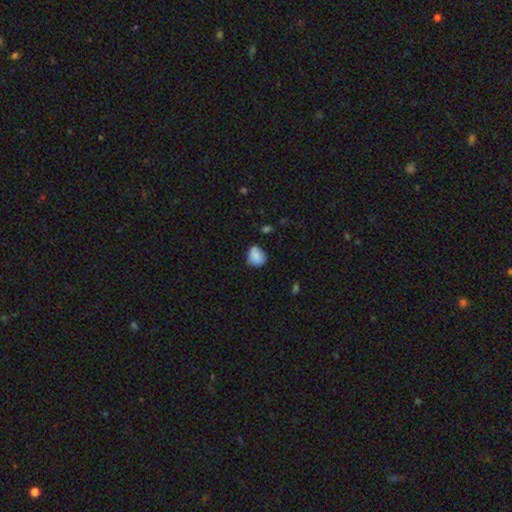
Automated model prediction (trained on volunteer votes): A smooth galaxy with no disk features (85%) that is round (59%).

Vote fractions:
- Smooth or featured? smooth: 85% / star or artifact: 8% / featured or disk: 7%
- How rounded? round: 59% / in between: 40% / cigar-shaped: 1%
- Merging? none: 61% / minor disturbance: 30% / major disturbance: 6% / merger: 3%